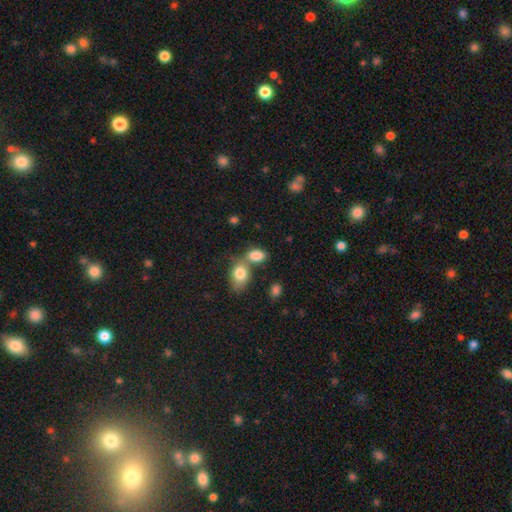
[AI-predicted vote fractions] Smooth or featured: smooth — 83% (star or artifact — 9%)
How rounded: in between — 85% (round — 12%)
Merging: merger — 46% (none — 38%)